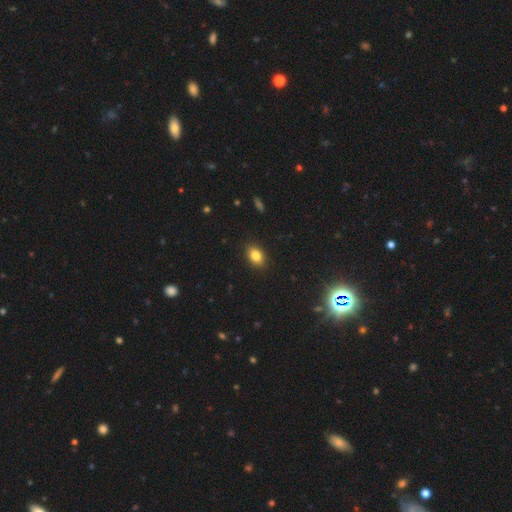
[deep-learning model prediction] This is clearly a smooth galaxy (83%). How rounded: likely in between (77%). Merging: clearly none (89%).